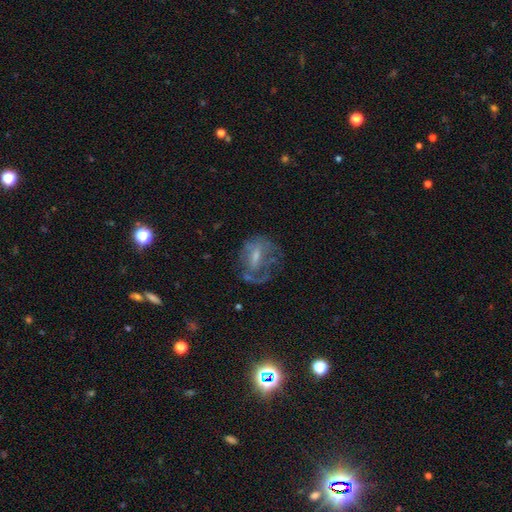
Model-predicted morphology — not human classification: Smooth or featured: featured or disk — 61% (smooth — 28%)
Edge-on disk: no — 96% (yes — 4%)
Bar: weak — 45% (no — 40%)
Spiral arms: yes — 53% (no — 47%)
Bulge size: small — 41% (moderate — 39%)
Merging: none — 42% (major disturbance — 33%)